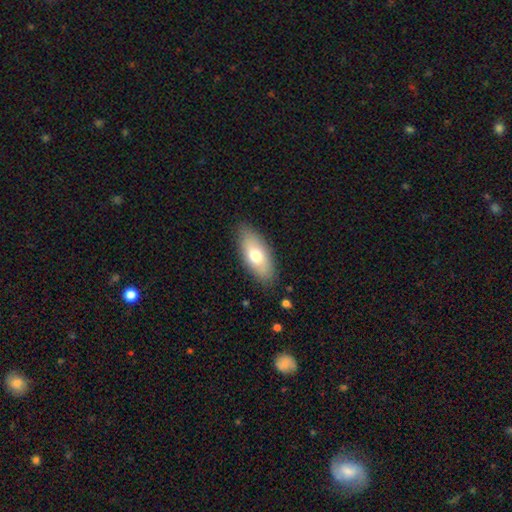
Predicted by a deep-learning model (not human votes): This appears to be a smooth galaxy with no disk features (70%) that is in between round and cigar-shaped (85%). Merging: none (84%).